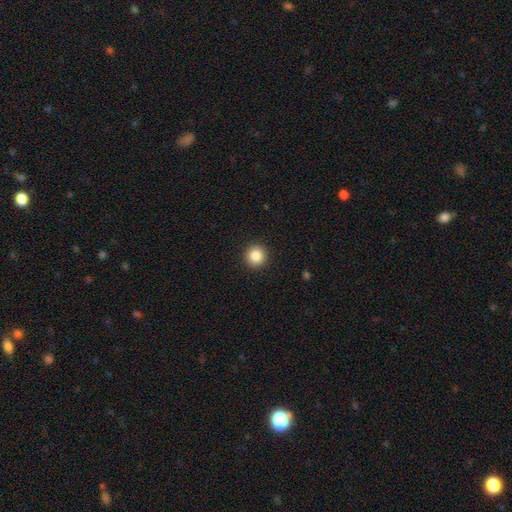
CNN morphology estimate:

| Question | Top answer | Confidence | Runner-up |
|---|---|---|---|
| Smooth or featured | smooth | 85% | star or artifact (10%) |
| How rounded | round | 94% | in between (5%) |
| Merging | none | 93% | minor disturbance (5%) |